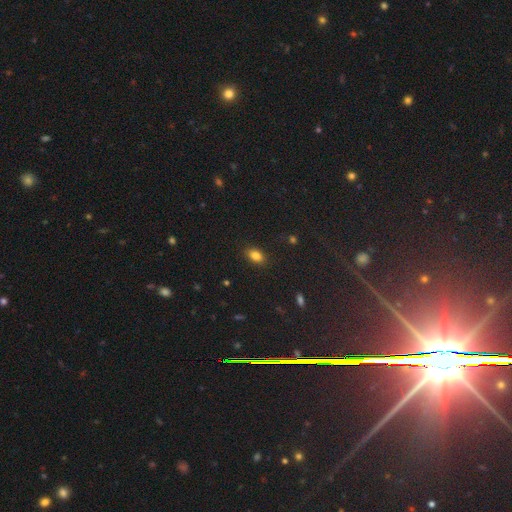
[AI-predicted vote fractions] Smooth or featured? Predicted: smooth (p=0.83). How rounded? Predicted: in between (p=0.83). Merging? Predicted: none (p=0.87).